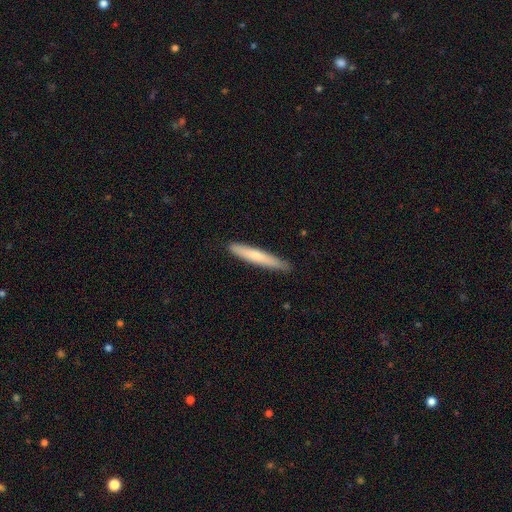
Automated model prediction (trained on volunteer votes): This appears to be a smooth galaxy with no disk features (65%) that is cigar-shaped (95%). Merging: none (88%).